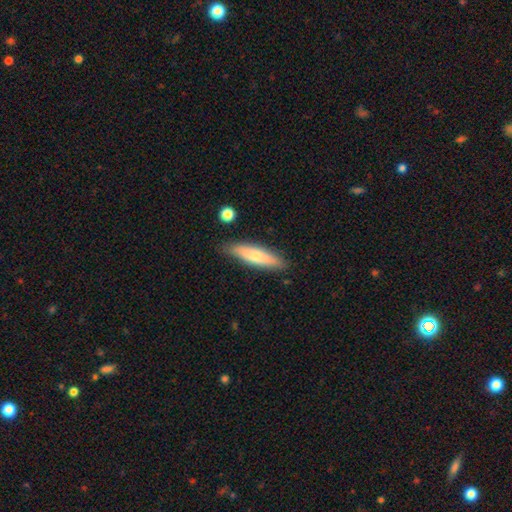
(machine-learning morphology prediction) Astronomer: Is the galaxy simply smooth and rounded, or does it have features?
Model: smooth — 66%.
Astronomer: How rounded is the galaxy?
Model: cigar-shaped — 76%.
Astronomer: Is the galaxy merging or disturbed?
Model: none — 85%.